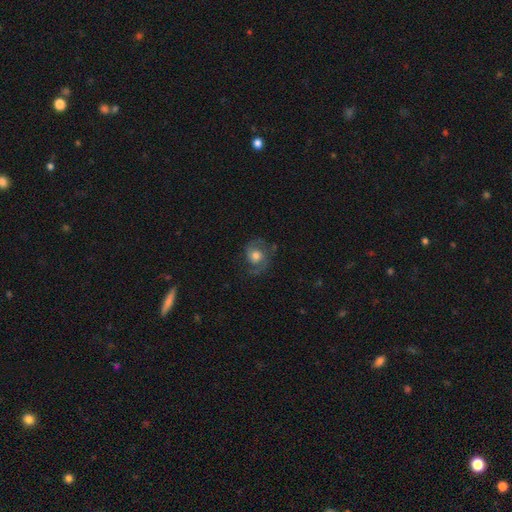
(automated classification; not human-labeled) smooth_or_featured: featured or disk (p=0.59) [alt: smooth p=0.33]
disk_edge_on: no (p=0.97) [alt: yes p=0.03]
bar: no (p=0.75) [alt: weak p=0.21]
has_spiral_arms: yes (p=0.86) [alt: no p=0.14]
bulge_size: moderate (p=0.65) [alt: large p=0.19]
merging: none (p=0.64) [alt: minor disturbance p=0.20]